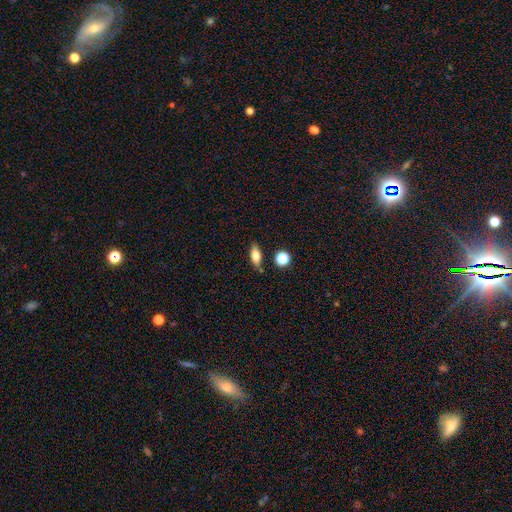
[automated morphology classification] smooth_or_featured: smooth (p=0.74) [alt: featured or disk p=0.17]
how_rounded: in between (p=0.75) [alt: cigar-shaped p=0.18]
merging: none (p=0.81) [alt: minor disturbance p=0.11]